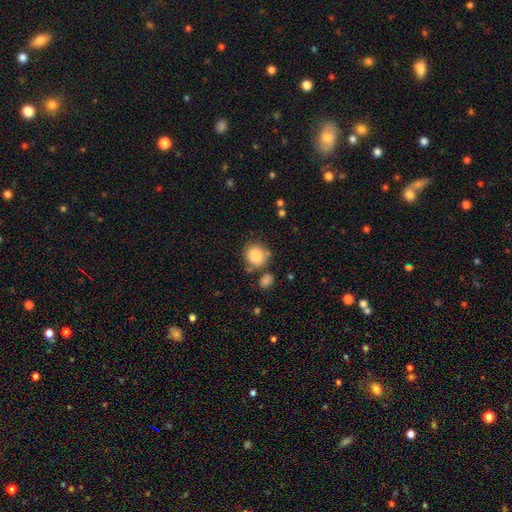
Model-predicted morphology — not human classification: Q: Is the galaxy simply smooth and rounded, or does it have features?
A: smooth — 85%.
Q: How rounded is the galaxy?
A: round — 85%.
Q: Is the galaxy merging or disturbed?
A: none — 70%.